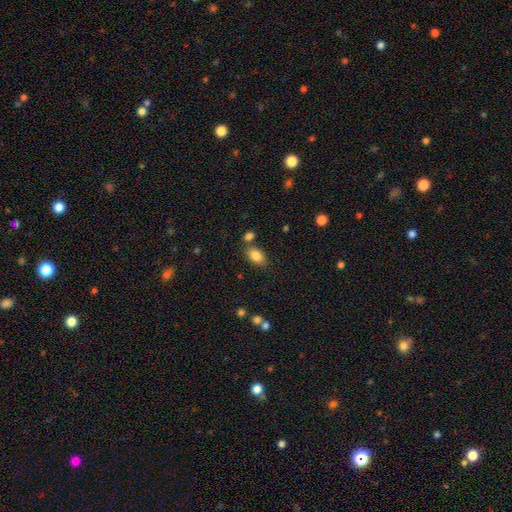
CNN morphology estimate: Smooth or featured? smooth (84%)
How rounded? in between (88%)
Merging? none (71%)